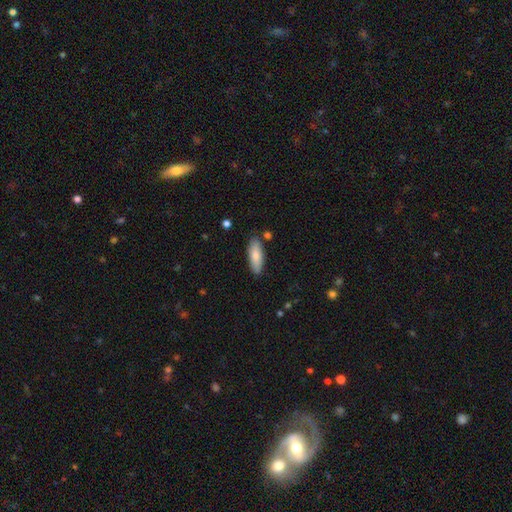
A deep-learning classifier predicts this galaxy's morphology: This is likely a smooth galaxy (79%). How rounded: likely in between (65%). Merging: clearly none (83%).